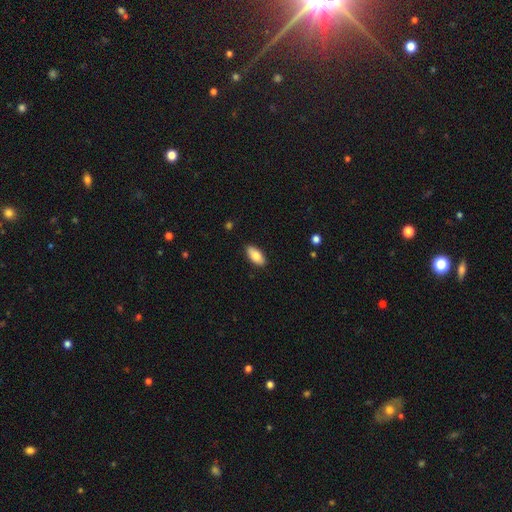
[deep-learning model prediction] This is clearly a smooth galaxy (81%). How rounded: clearly in between (89%). Merging: clearly none (88%).